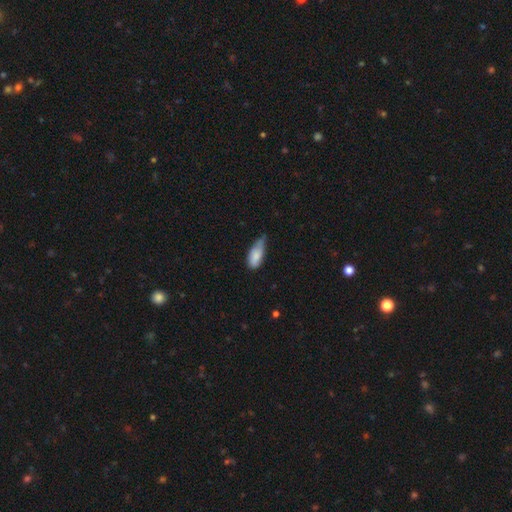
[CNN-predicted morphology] A smooth galaxy with no disk features (79%) that is in between round and cigar-shaped (83%). Merging: minor disturbance (55%).